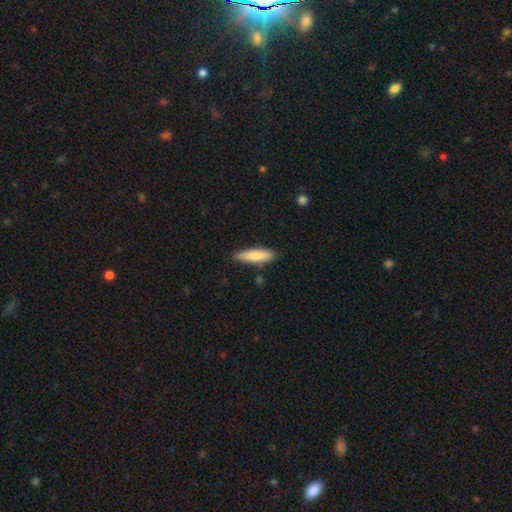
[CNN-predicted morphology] smooth_or_featured: smooth (p=0.78) [alt: featured or disk p=0.16]
how_rounded: cigar-shaped (p=0.69) [alt: in between p=0.30]
merging: none (p=0.83) [alt: minor disturbance p=0.13]